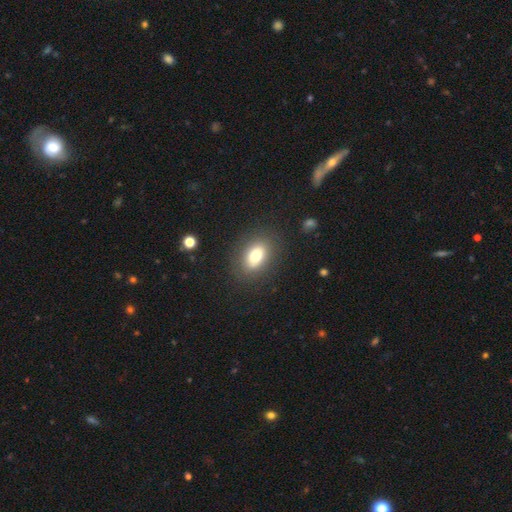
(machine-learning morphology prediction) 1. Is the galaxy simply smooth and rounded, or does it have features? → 75% smooth, 16% featured or disk, 9% star or artifact.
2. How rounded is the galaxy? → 81% in between, 17% round, 2% cigar-shaped.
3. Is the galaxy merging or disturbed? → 84% none, 10% minor disturbance, 4% major disturbance, 1% merger.